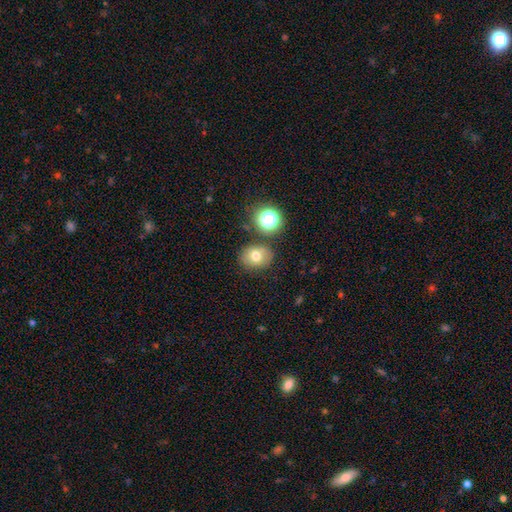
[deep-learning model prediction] smooth-or-featured: smooth: 72% | star or artifact: 14% | featured or disk: 14%
  how-rounded: round: 51% | in between: 48% | cigar-shaped: 1%
  merging: none: 74% | minor disturbance: 12% | merger: 10% | major disturbance: 4%